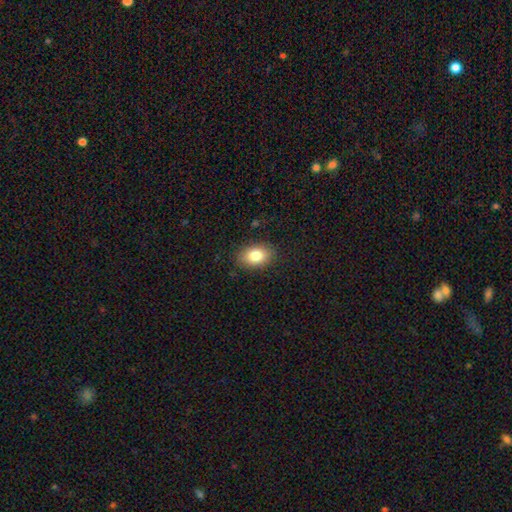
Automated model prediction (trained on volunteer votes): A smooth galaxy with no disk features (82%) that is in between round and cigar-shaped (83%). Merging: none (86%).